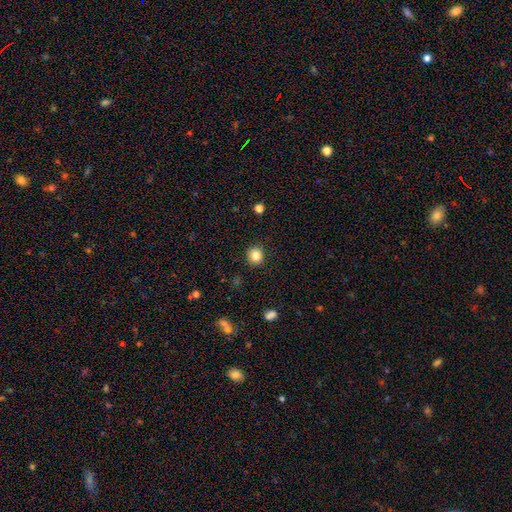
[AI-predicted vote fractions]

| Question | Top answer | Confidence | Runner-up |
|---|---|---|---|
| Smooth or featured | smooth | 84% | star or artifact (11%) |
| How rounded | round | 91% | in between (8%) |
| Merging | none | 91% | minor disturbance (6%) |